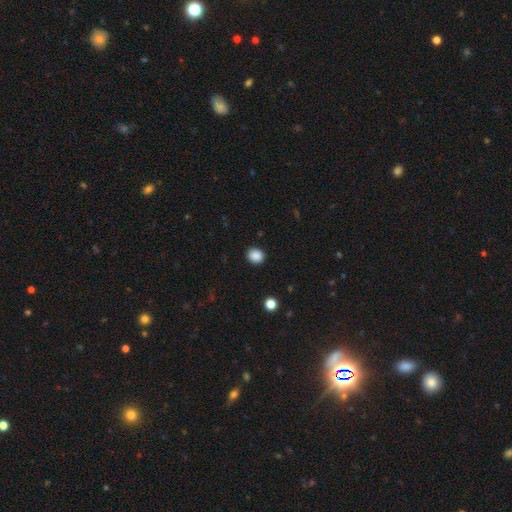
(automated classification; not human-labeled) Smooth or featured?
  - smooth: 88% *
  - star or artifact: 10%
  - featured or disk: 3%
How rounded?
  - round: 79% *
  - in between: 20%
  - cigar-shaped: 1%
Merging?
  - none: 91% *
  - minor disturbance: 6%
  - major disturbance: 2%
  - merger: 1%